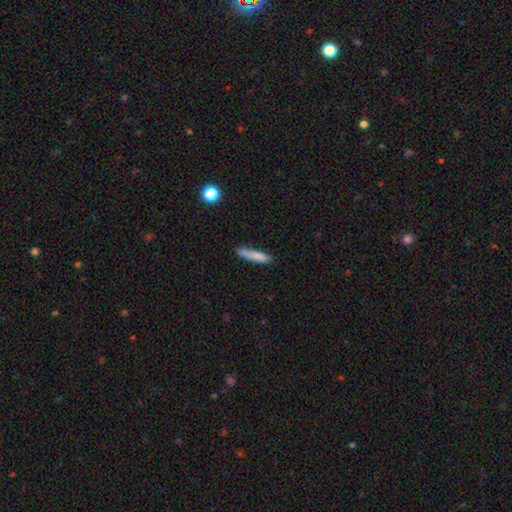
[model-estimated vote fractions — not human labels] This appears to be a smooth galaxy with no disk features (82%) that is cigar-shaped (85%). Merging: none (75%).